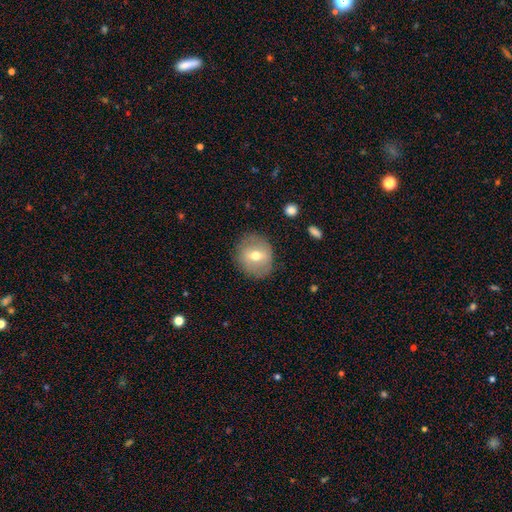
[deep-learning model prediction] Smooth or featured? Predicted: smooth (p=0.55). How rounded? Predicted: round (p=0.80). Merging? Predicted: none (p=0.82).